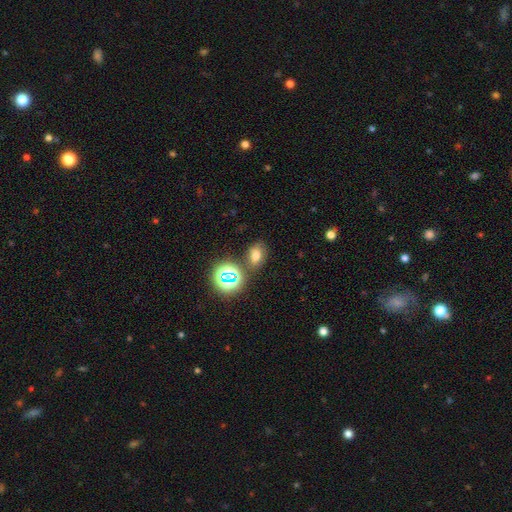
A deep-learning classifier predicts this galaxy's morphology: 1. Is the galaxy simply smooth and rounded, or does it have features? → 63% smooth, 25% star or artifact, 12% featured or disk.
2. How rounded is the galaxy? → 73% in between, 25% round, 2% cigar-shaped.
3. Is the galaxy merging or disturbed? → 72% none, 13% minor disturbance, 10% merger, 4% major disturbance.